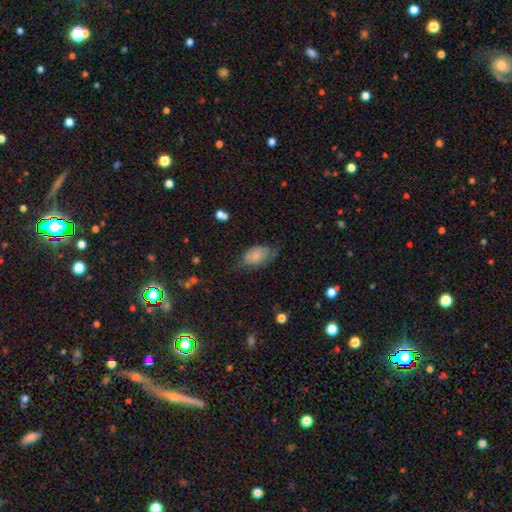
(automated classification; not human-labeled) This appears to be a smooth galaxy with no disk features (76%) that is in between round and cigar-shaped (91%). Merging: none (49%).